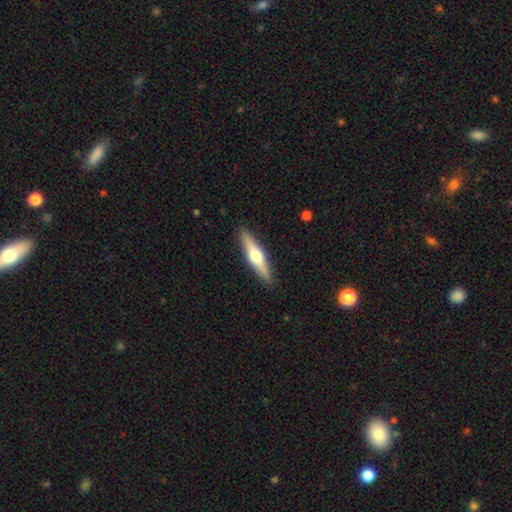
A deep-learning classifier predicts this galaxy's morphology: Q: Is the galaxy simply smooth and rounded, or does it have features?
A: featured or disk — 58%.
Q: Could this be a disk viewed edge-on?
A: yes — 95%.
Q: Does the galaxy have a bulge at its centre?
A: rounded — 95%.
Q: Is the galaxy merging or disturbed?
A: none — 91%.